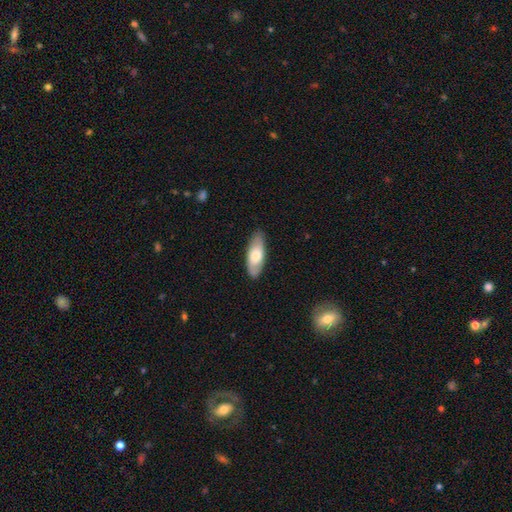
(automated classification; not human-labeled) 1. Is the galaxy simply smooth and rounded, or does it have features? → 65% smooth, 30% featured or disk, 5% star or artifact.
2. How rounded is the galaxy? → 75% in between, 23% cigar-shaped, 2% round.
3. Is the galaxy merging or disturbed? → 86% none, 11% minor disturbance, 2% major disturbance, 1% merger.